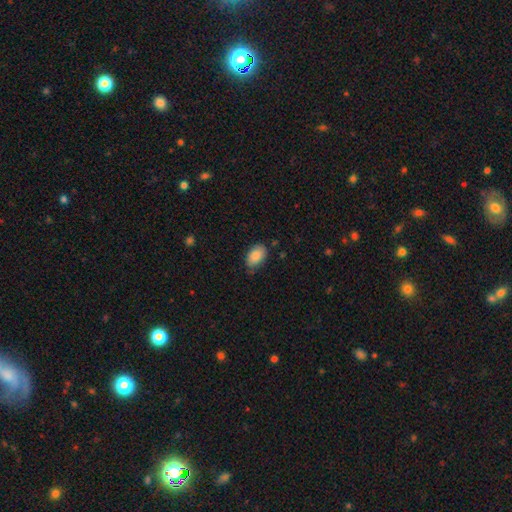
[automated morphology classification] This appears to be a smooth galaxy with no disk features (87%) that is in between round and cigar-shaped (91%). Merging: none (72%).